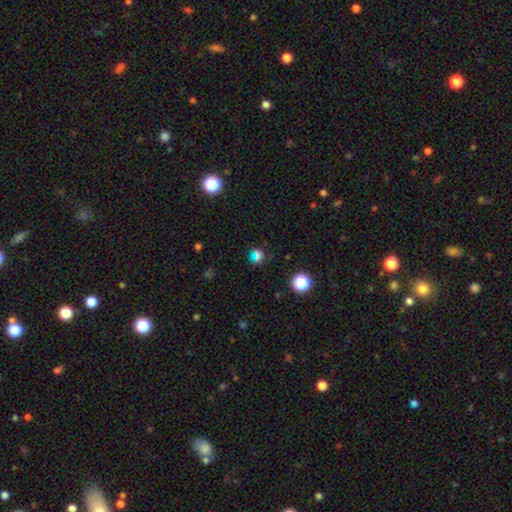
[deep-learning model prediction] Q: Smooth or featured?
A: smooth (64%); runner-up: star or artifact (28%)
Q: How rounded?
A: round (73%); runner-up: in between (25%)
Q: Merging?
A: none (77%); runner-up: minor disturbance (13%)